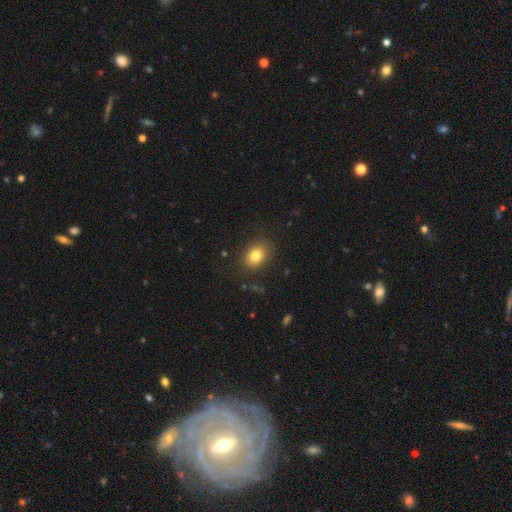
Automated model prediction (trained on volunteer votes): Overall: smooth (80%). How rounded: in between (58%; round 41%). Merging: none (85%).